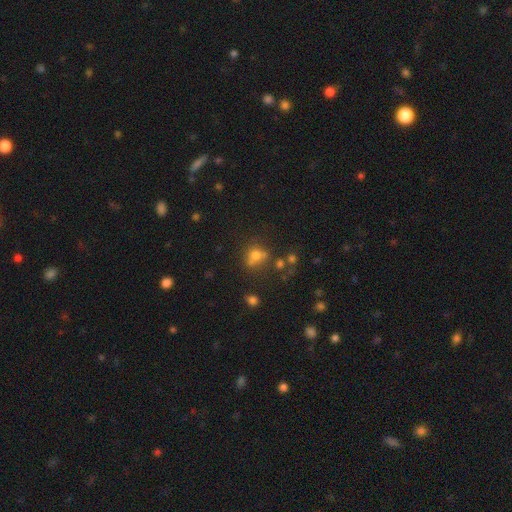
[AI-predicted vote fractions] Morphology: type=smooth (67%); roundness=round (64%); merging=none (45%).